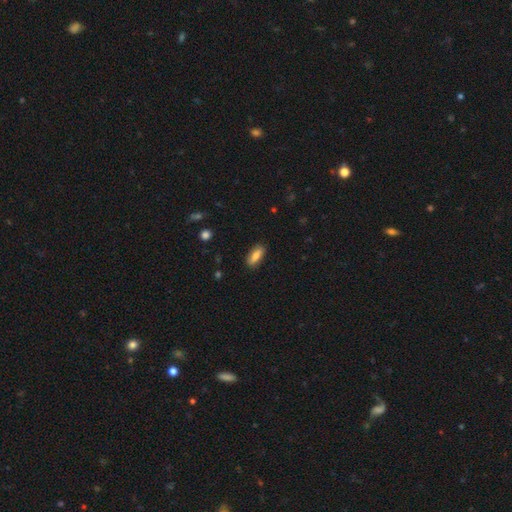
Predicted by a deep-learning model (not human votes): The model was most divided on "how rounded": in between: 77%, cigar-shaped: 21%, round: 3%. More confident: merging — none (87%); smooth or featured — smooth (79%).